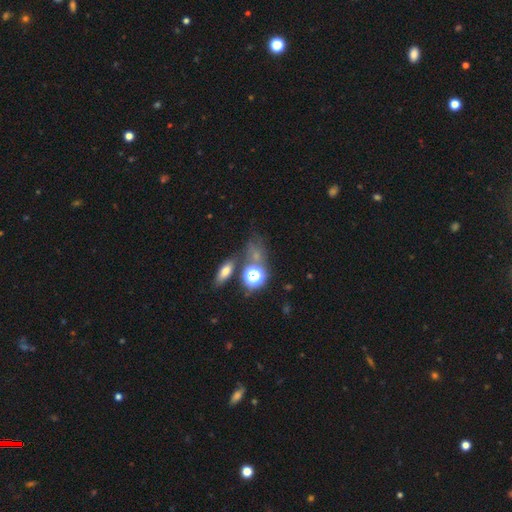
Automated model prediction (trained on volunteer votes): A smooth galaxy with no disk features (51%) that is round (55%). Merging: none (53%).